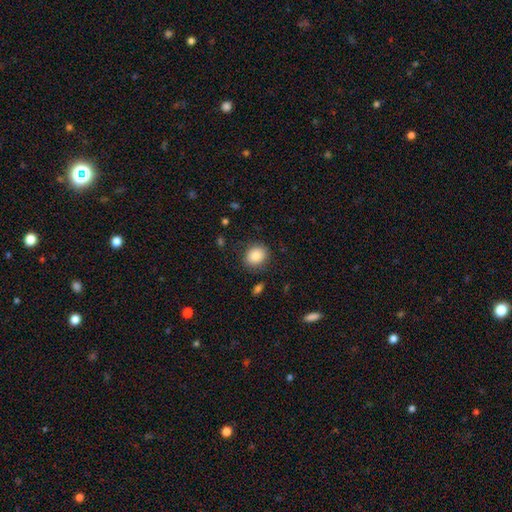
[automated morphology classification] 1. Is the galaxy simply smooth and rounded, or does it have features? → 85% smooth, 9% star or artifact, 6% featured or disk.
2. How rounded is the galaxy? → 69% round, 30% in between, 1% cigar-shaped.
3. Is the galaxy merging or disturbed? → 83% none, 11% minor disturbance, 4% major disturbance, 2% merger.